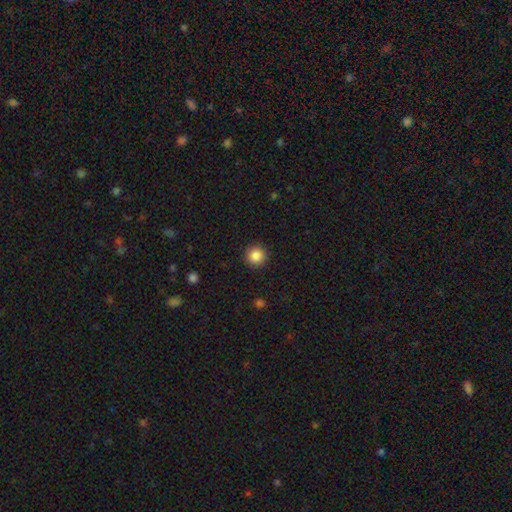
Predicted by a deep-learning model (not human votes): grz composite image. It shows a smooth galaxy with no disk features (87%) that is round (95%). Merging: none (92%).